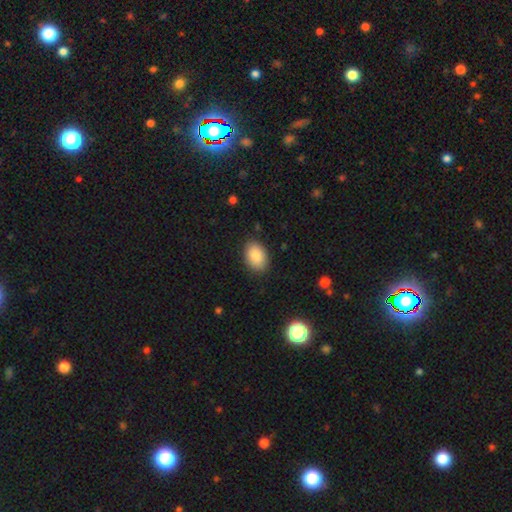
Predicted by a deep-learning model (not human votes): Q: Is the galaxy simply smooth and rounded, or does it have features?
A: smooth — 88%.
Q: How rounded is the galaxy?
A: in between — 87%.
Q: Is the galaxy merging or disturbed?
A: none — 86%.